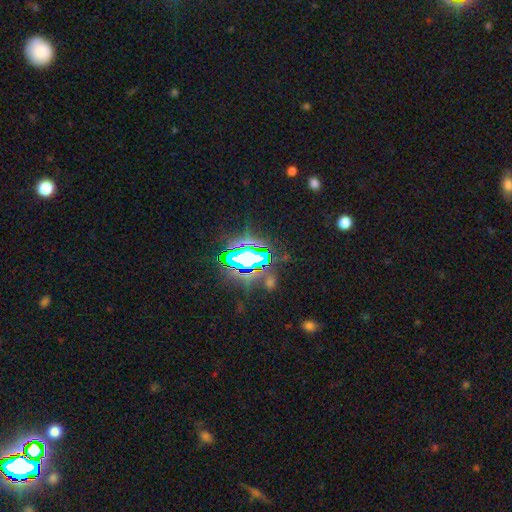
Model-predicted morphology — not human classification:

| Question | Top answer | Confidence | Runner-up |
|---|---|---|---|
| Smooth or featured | star or artifact | 76% | smooth (13%) |